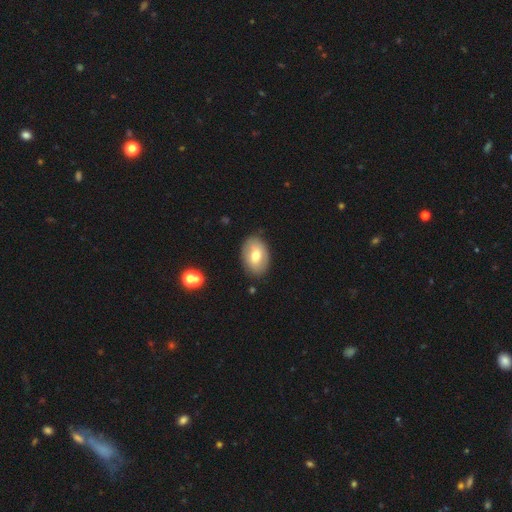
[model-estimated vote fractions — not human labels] Smooth or featured? Predicted: smooth (p=0.64). How rounded? Predicted: in between (p=0.85). Merging? Predicted: none (p=0.85).